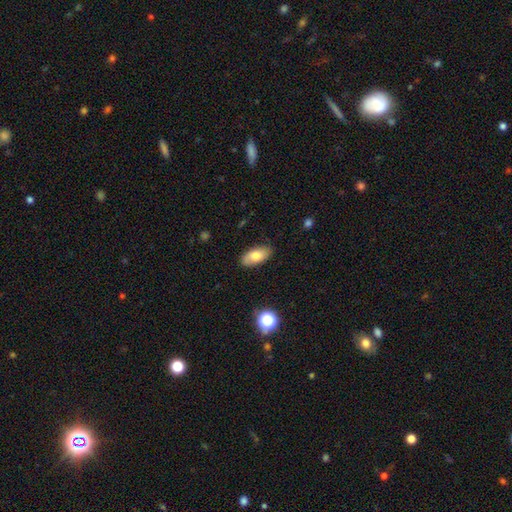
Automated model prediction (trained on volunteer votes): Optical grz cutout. It shows a smooth galaxy with no disk features (73%) that is in between round and cigar-shaped (92%). Merging: none (83%).